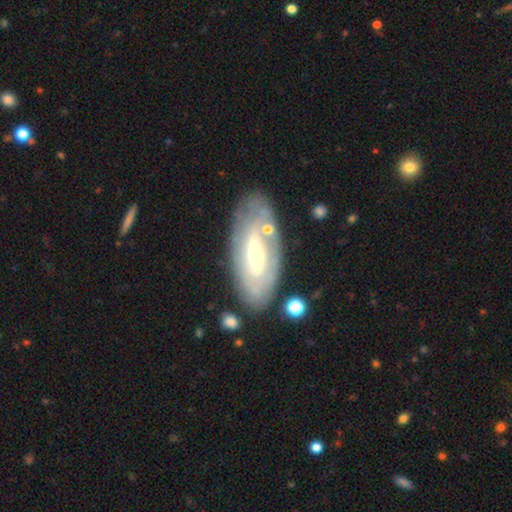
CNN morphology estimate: featured or disk 73%, smooth 21%, star or artifact 6%. Down the decision tree: edge-on disk — no (86%); bar — weak (35%); spiral arms — yes (61%); bulge size — moderate (48%); merging — none (75%).